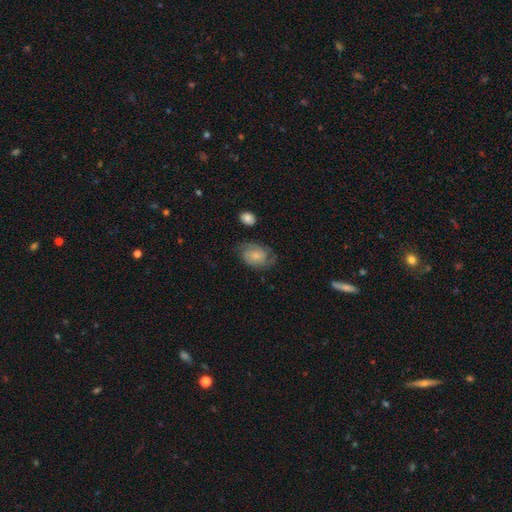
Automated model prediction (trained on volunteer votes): Smooth or featured?
  - featured or disk: 57% *
  - smooth: 35%
  - star or artifact: 7%
Edge-on disk?
  - no: 97% *
  - yes: 3%
Bar?
  - no: 69% *
  - weak: 27%
  - strong: 4%
Spiral arms?
  - yes: 88% *
  - no: 12%
Bulge size?
  - small: 59% *
  - moderate: 26%
  - none: 9%
  - large: 4%
  - dominant: 2%
Merging?
  - none: 62% *
  - minor disturbance: 23%
  - major disturbance: 12%
  - merger: 2%